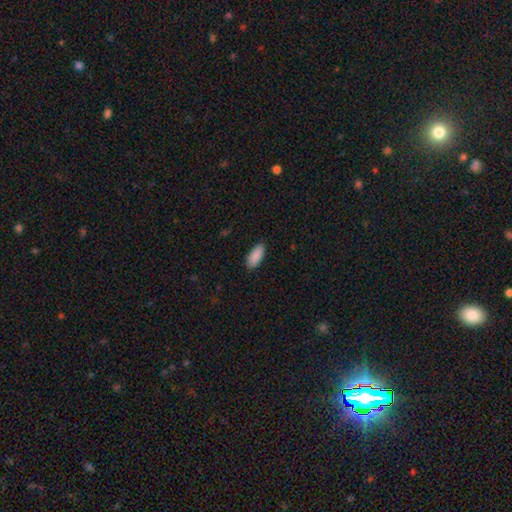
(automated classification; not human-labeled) Smooth or featured: smooth — 90% (star or artifact — 6%)
How rounded: in between — 89% (cigar-shaped — 10%)
Merging: none — 87% (minor disturbance — 10%)